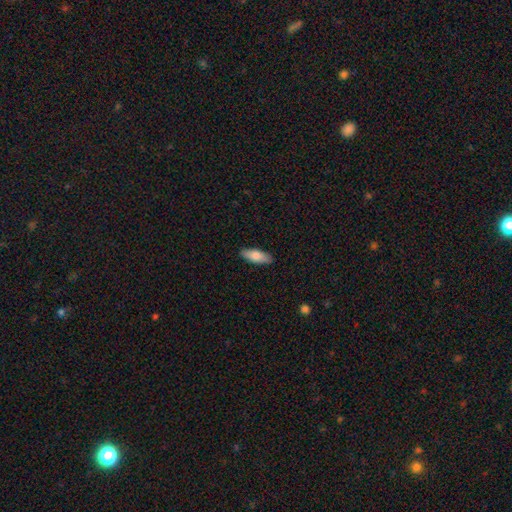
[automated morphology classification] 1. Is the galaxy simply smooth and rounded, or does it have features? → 78% smooth, 16% featured or disk, 6% star or artifact.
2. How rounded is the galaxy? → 68% in between, 30% cigar-shaped, 2% round.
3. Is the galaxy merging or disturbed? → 89% none, 8% minor disturbance, 2% major disturbance, 1% merger.